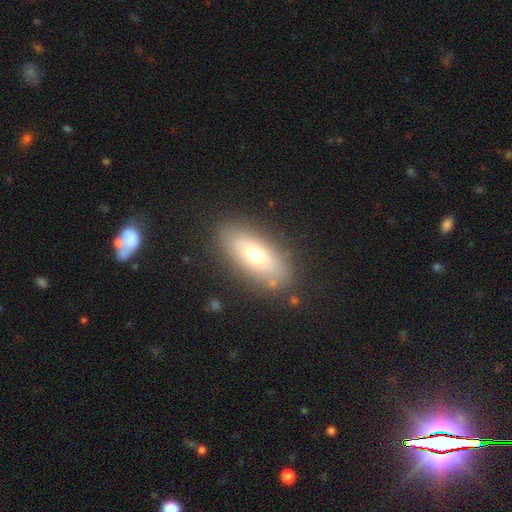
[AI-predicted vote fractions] Q: Smooth or featured?
A: smooth (64%); runner-up: featured or disk (28%)
Q: How rounded?
A: in between (82%); runner-up: cigar-shaped (14%)
Q: Merging?
A: none (83%); runner-up: minor disturbance (11%)